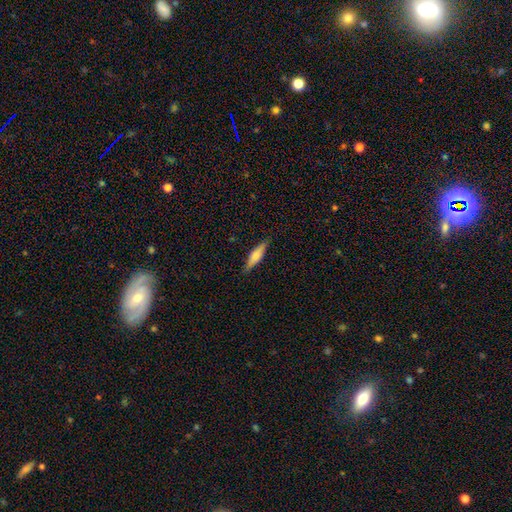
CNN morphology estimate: Smooth or featured?
  - smooth: 59% *
  - featured or disk: 35%
  - star or artifact: 6%
How rounded?
  - cigar-shaped: 72% *
  - in between: 26%
  - round: 2%
Merging?
  - none: 87% *
  - minor disturbance: 10%
  - major disturbance: 2%
  - merger: 1%